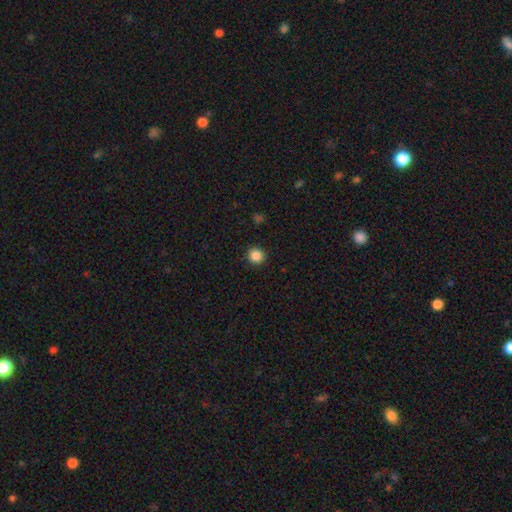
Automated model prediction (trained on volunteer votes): smooth 86%, star or artifact 10%, featured or disk 3%. Down the decision tree: how rounded — round (93%); merging — none (92%).